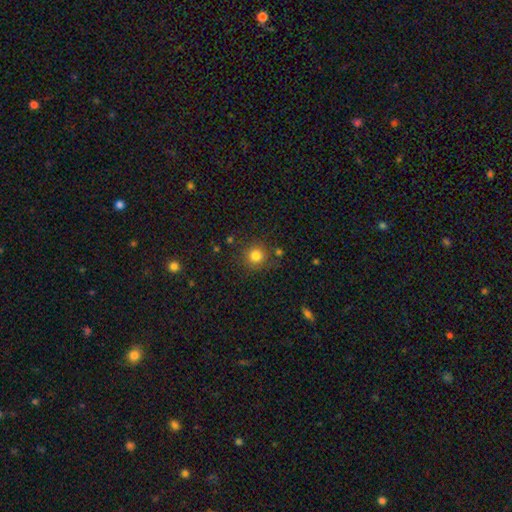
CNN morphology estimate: A smooth galaxy with no disk features (82%) that is round (93%).

Vote fractions:
- Smooth or featured? smooth: 82% / star or artifact: 13% / featured or disk: 6%
- How rounded? round: 93% / in between: 6% / cigar-shaped: 1%
- Merging? none: 83% / minor disturbance: 10% / merger: 4% / major disturbance: 4%